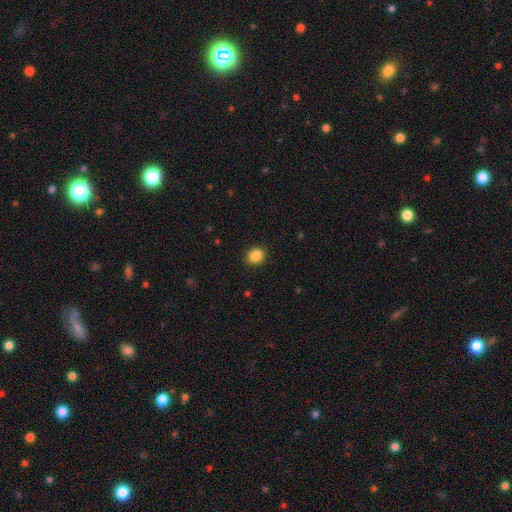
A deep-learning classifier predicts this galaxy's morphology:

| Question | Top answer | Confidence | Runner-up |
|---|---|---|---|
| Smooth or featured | smooth | 87% | star or artifact (9%) |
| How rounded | round | 61% | in between (38%) |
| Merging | none | 89% | minor disturbance (7%) |